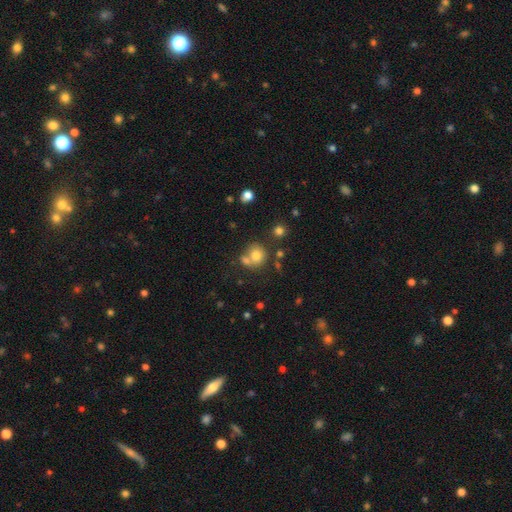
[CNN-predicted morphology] The model was most divided on "merging": none: 48%, merger: 36%, minor disturbance: 11%, major disturbance: 5%. More confident: how rounded — round (78%); smooth or featured — smooth (74%).